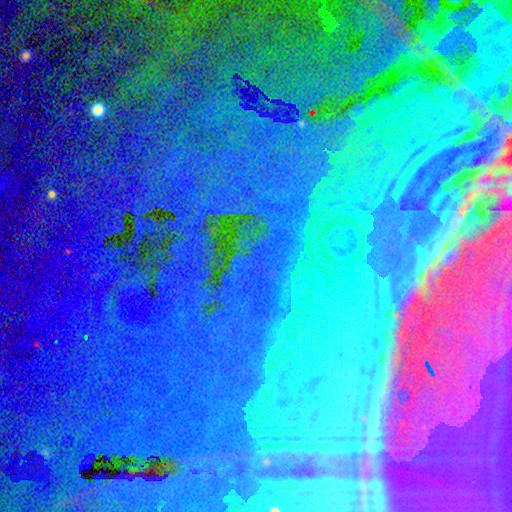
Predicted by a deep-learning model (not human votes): This appears to be a star or artifact, not a galaxy (80%).